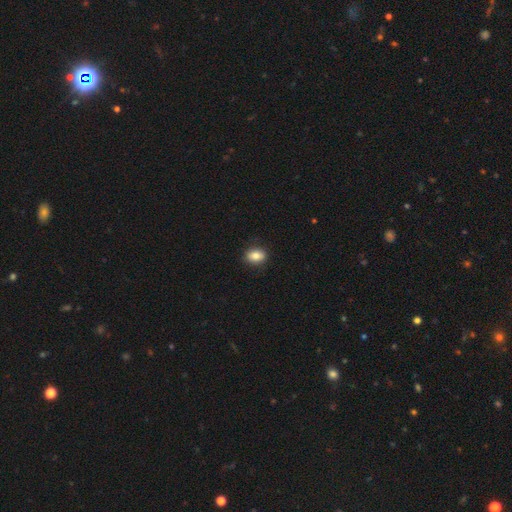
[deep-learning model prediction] The model was most divided on "how rounded": in between: 74%, round: 24%, cigar-shaped: 2%. More confident: merging — none (87%); smooth or featured — smooth (85%).